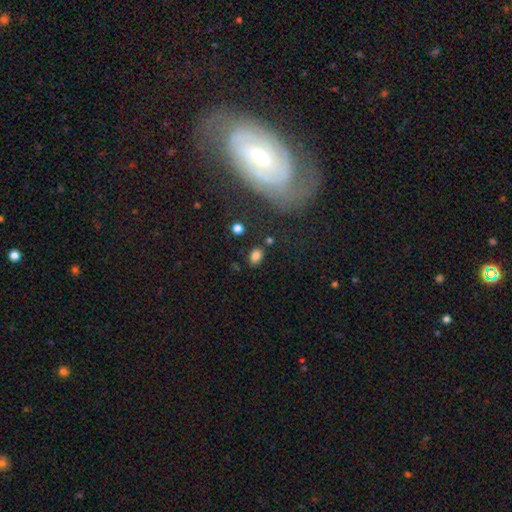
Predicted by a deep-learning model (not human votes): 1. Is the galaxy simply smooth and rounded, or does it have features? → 83% smooth, 12% star or artifact, 5% featured or disk.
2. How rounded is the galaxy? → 76% in between, 22% round, 2% cigar-shaped.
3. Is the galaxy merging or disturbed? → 79% none, 12% minor disturbance, 5% merger, 4% major disturbance.